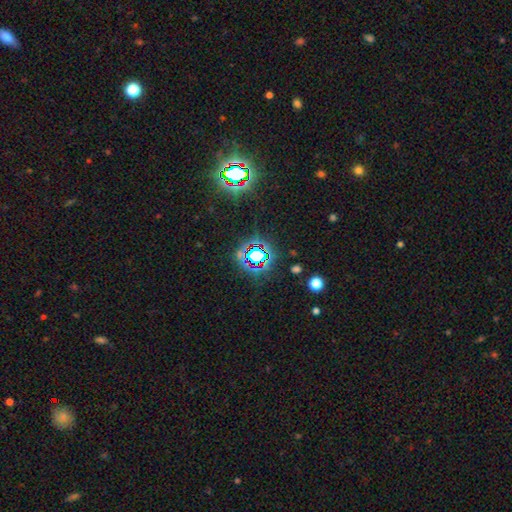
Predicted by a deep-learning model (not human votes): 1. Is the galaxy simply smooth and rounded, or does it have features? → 73% star or artifact, 16% smooth, 10% featured or disk.